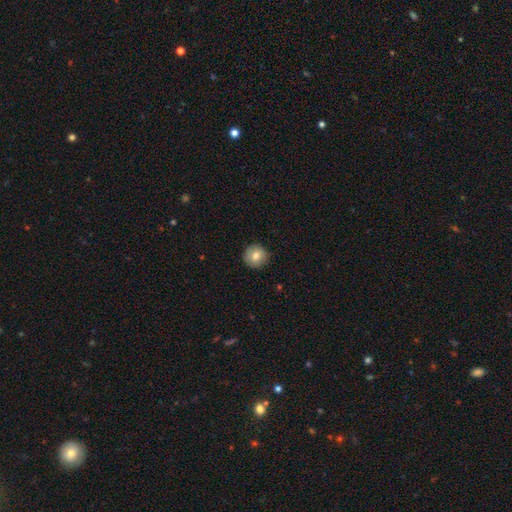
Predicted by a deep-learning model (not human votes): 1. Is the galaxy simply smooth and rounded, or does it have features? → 76% smooth, 15% featured or disk, 9% star or artifact.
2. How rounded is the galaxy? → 95% round, 4% in between, 1% cigar-shaped.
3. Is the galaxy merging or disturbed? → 88% none, 9% minor disturbance, 2% major disturbance, 1% merger.